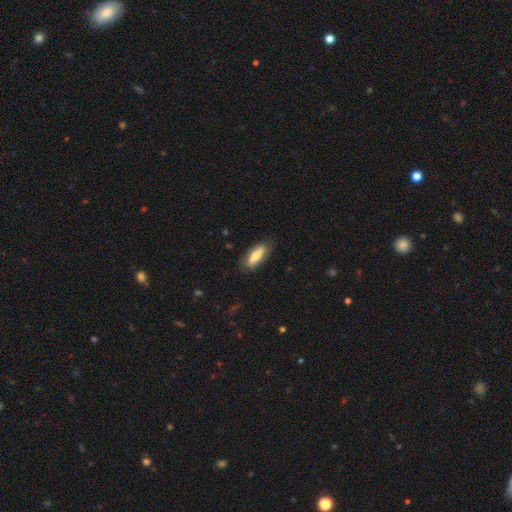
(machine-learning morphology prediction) Smooth or featured?
  - smooth: 65% *
  - featured or disk: 29%
  - star or artifact: 6%
How rounded?
  - in between: 59% *
  - cigar-shaped: 39%
  - round: 2%
Merging?
  - none: 80% *
  - minor disturbance: 16%
  - major disturbance: 3%
  - merger: 1%